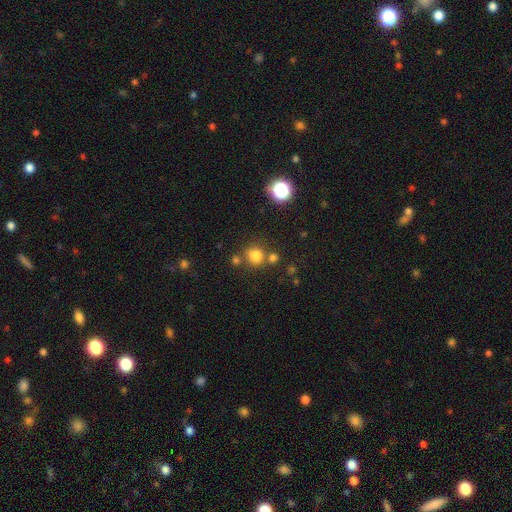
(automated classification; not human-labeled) smooth_or_featured: smooth (p=0.77) [alt: star or artifact p=0.17]
how_rounded: round (p=0.81) [alt: in between p=0.18]
merging: none (p=0.67) [alt: merger p=0.17]